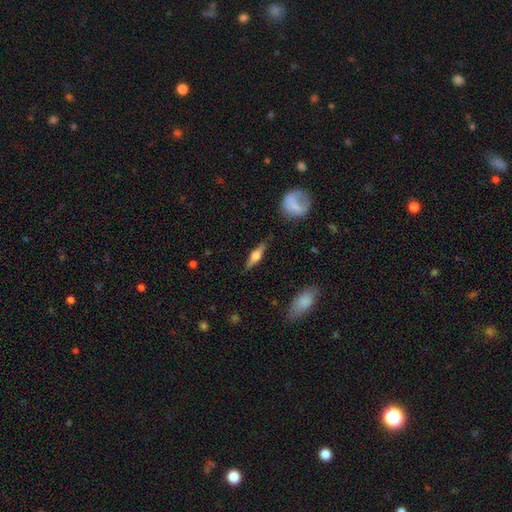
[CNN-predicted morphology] smooth-or-featured: featured or disk: 60% | smooth: 34% | star or artifact: 7%
  disk-edge-on: yes: 94% | no: 6%
    edge-on-bulge: rounded: 90% | boxy: 8% | none: 2%
  merging: none: 85% | minor disturbance: 10% | major disturbance: 3% | merger: 2%